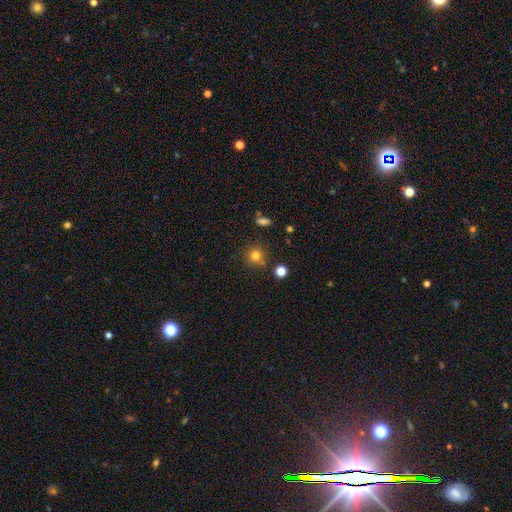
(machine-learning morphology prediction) A smooth galaxy with no disk features (78%) that is round (90%). Merging: none (76%).